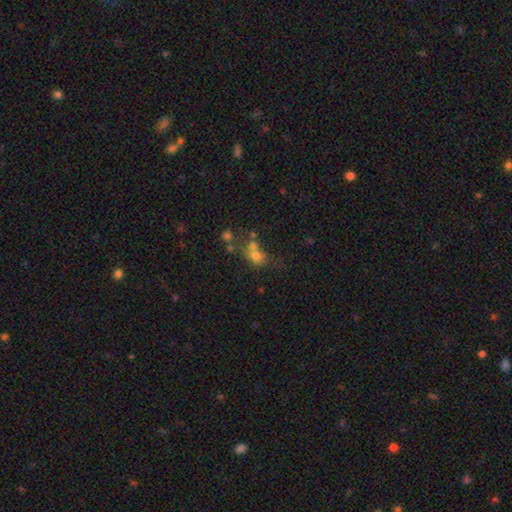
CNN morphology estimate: A smooth galaxy with no disk features (64%) that is round (64%).

Vote fractions:
- Smooth or featured? smooth: 64% / star or artifact: 19% / featured or disk: 18%
- How rounded? round: 64% / in between: 34% / cigar-shaped: 2%
- Merging? merger: 41% / none: 38% / minor disturbance: 12% / major disturbance: 9%